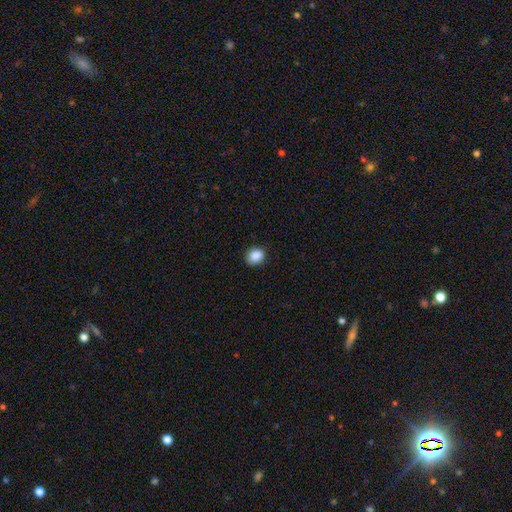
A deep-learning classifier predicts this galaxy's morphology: This is clearly a smooth galaxy (88%). How rounded: likely round (65%). Merging: clearly none (84%).